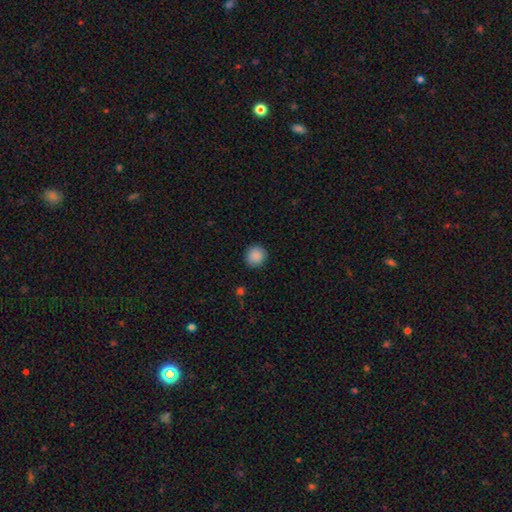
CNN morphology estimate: Smooth or featured?
  - smooth: 88% *
  - star or artifact: 8%
  - featured or disk: 4%
How rounded?
  - round: 92% *
  - in between: 7%
  - cigar-shaped: 1%
Merging?
  - none: 90% *
  - minor disturbance: 7%
  - major disturbance: 2%
  - merger: 1%